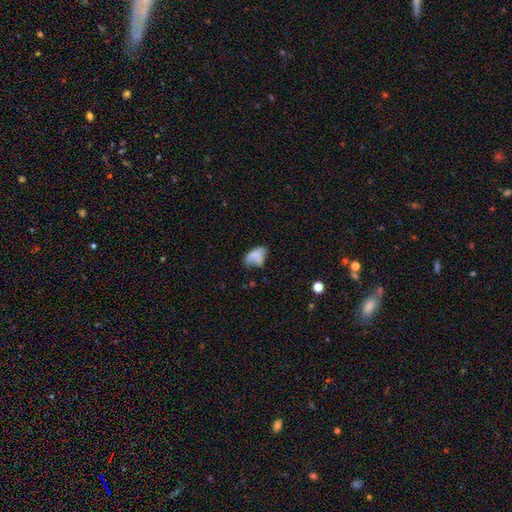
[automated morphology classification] Smooth or featured: smooth — 64% (featured or disk — 25%)
How rounded: in between — 87% (round — 10%)
Merging: none — 33% (minor disturbance — 29%)